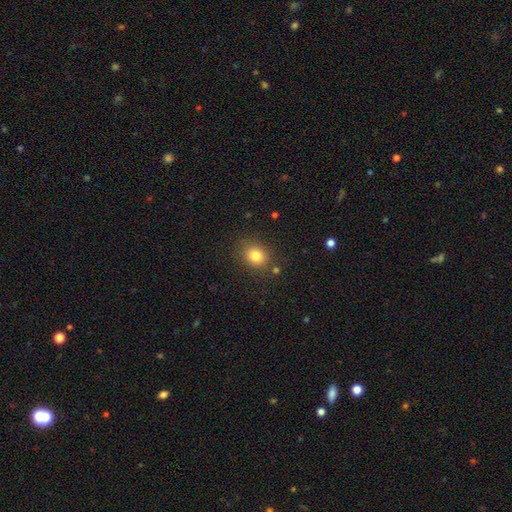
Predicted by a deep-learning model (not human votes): Overall: smooth (81%). How rounded: round (55%; in between 44%). Merging: none (82%).